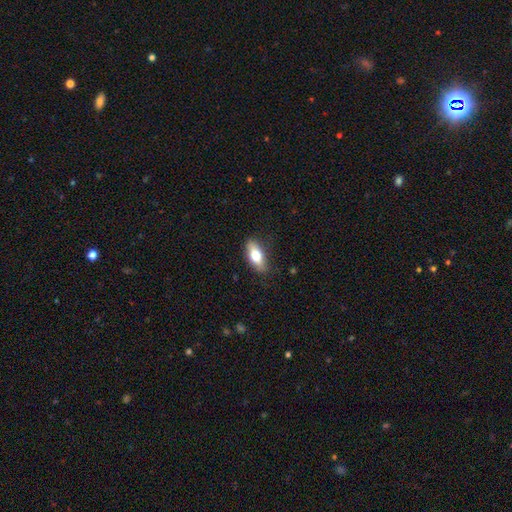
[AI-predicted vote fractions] Q: Smooth or featured?
A: smooth (71%); runner-up: featured or disk (22%)
Q: How rounded?
A: in between (80%); runner-up: cigar-shaped (16%)
Q: Merging?
A: none (83%); runner-up: minor disturbance (13%)